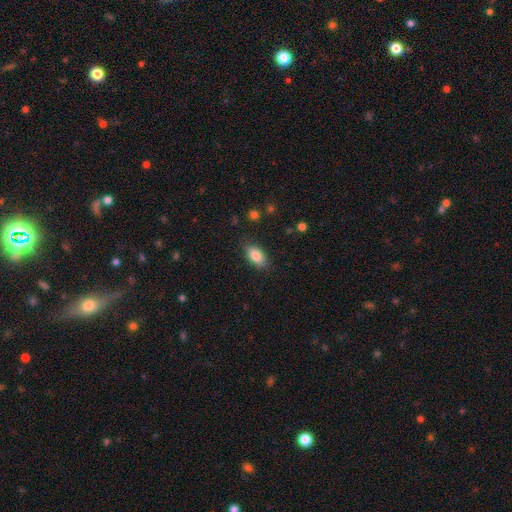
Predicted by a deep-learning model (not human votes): Q: Smooth or featured?
A: smooth (85%); runner-up: featured or disk (8%)
Q: How rounded?
A: in between (92%); runner-up: round (4%)
Q: Merging?
A: none (85%); runner-up: minor disturbance (11%)